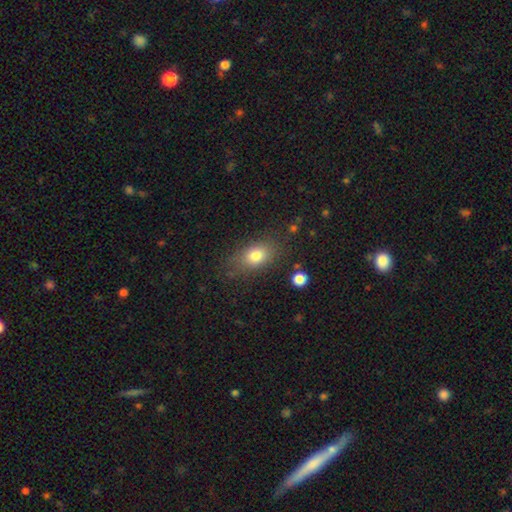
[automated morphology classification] The model was most divided on "how rounded": in between: 76%, round: 21%, cigar-shaped: 3%. More confident: smooth or featured — smooth (79%); merging — none (74%).